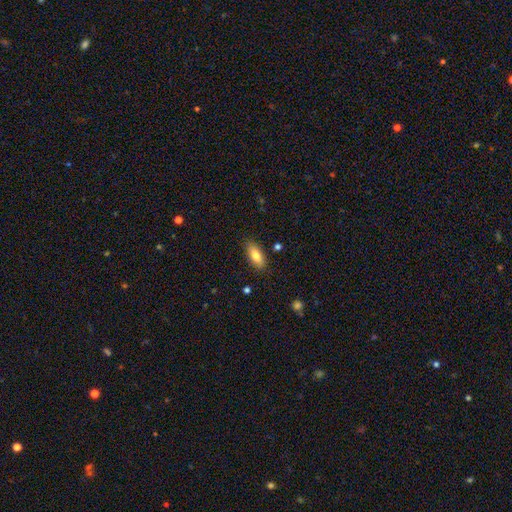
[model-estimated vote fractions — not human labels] Q: Smooth or featured?
A: smooth (81%); runner-up: featured or disk (12%)
Q: How rounded?
A: in between (80%); runner-up: cigar-shaped (17%)
Q: Merging?
A: none (84%); runner-up: minor disturbance (12%)